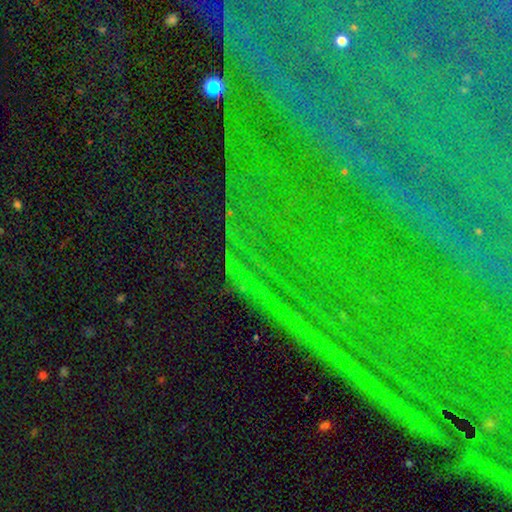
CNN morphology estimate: star or artifact 84%, featured or disk 9%, smooth 7%.